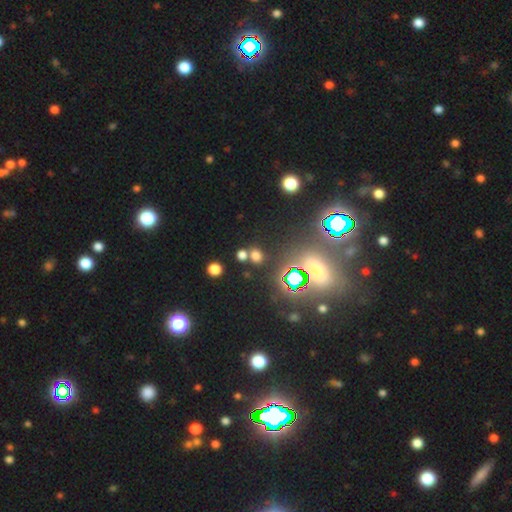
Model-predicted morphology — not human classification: A smooth galaxy with no disk features (58%) that is round (66%).

Vote fractions:
- Smooth or featured? smooth: 58% / star or artifact: 35% / featured or disk: 7%
- How rounded? round: 66% / in between: 32% / cigar-shaped: 2%
- Merging? none: 66% / merger: 22% / minor disturbance: 8% / major disturbance: 4%